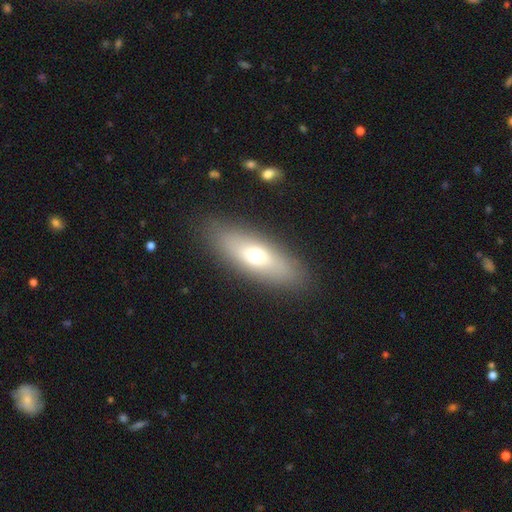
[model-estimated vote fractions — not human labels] This is likely a smooth galaxy (63%). How rounded: possibly in between (60%). Merging: clearly none (87%).